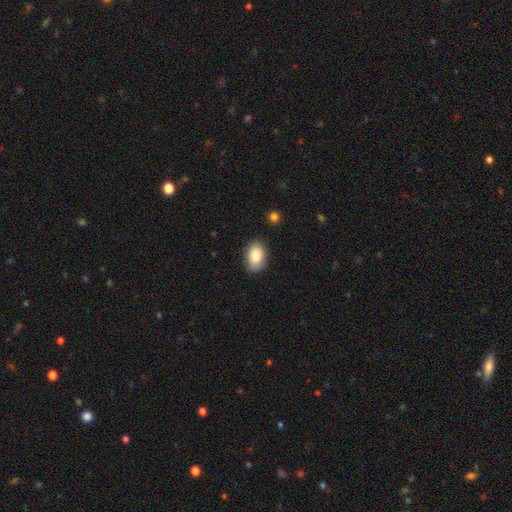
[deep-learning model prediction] smooth-or-featured: smooth: 87% | star or artifact: 7% | featured or disk: 6%
  how-rounded: in between: 87% | round: 12% | cigar-shaped: 1%
  merging: none: 83% | minor disturbance: 13% | major disturbance: 3% | merger: 1%